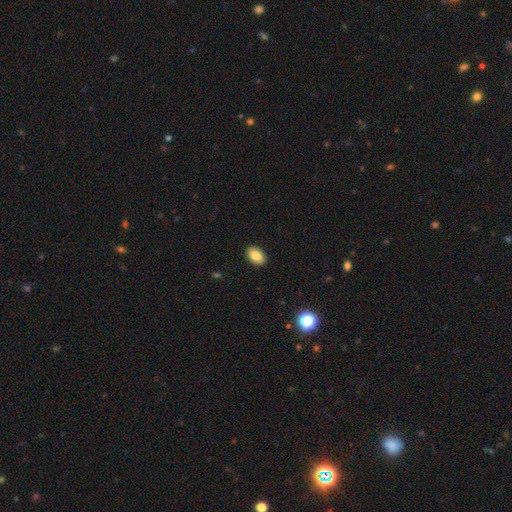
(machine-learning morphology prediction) This appears to be a smooth galaxy with no disk features (87%) that is in between round and cigar-shaped (88%). Merging: none (90%).